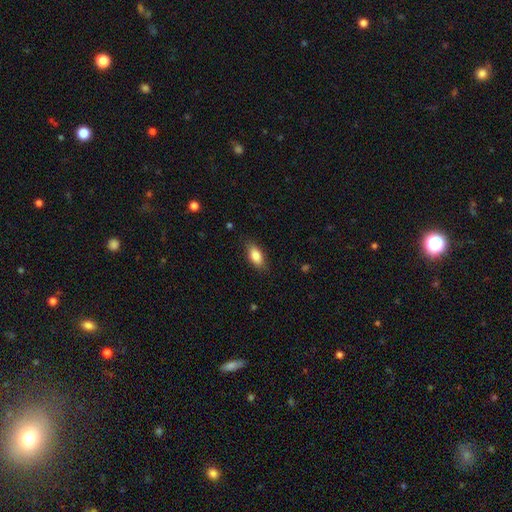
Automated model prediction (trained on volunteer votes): A smooth galaxy with no disk features (84%) that is in between round and cigar-shaped (86%).

Vote fractions:
- Smooth or featured? smooth: 84% / featured or disk: 9% / star or artifact: 7%
- How rounded? in between: 86% / cigar-shaped: 11% / round: 4%
- Merging? none: 84% / minor disturbance: 12% / major disturbance: 3% / merger: 1%